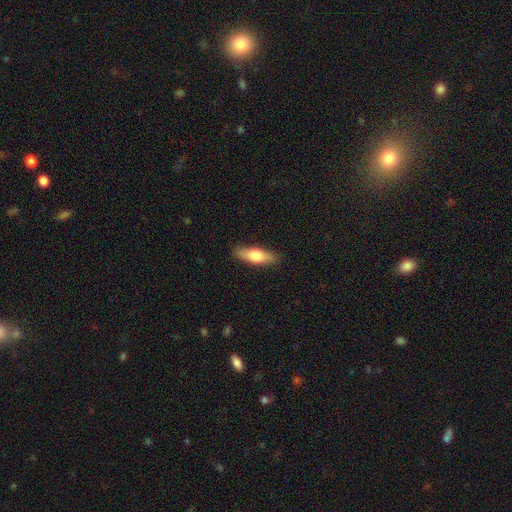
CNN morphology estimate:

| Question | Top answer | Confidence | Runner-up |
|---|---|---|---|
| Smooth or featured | smooth | 64% | featured or disk (30%) |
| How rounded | in between | 52% | cigar-shaped (45%) |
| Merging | none | 88% | minor disturbance (9%) |